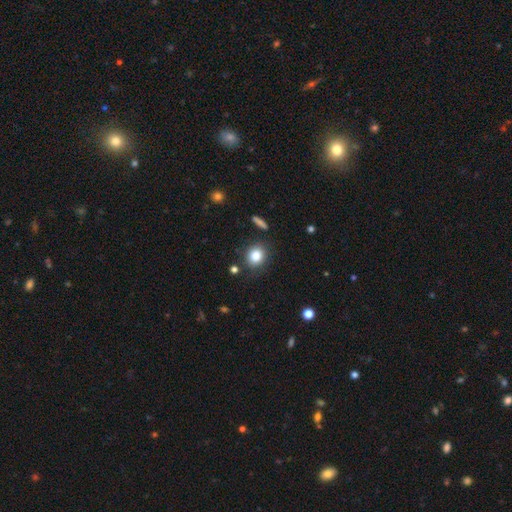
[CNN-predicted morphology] Smooth or featured: smooth — 84% (star or artifact — 10%)
How rounded: round — 69% (in between — 29%)
Merging: none — 82% (minor disturbance — 12%)